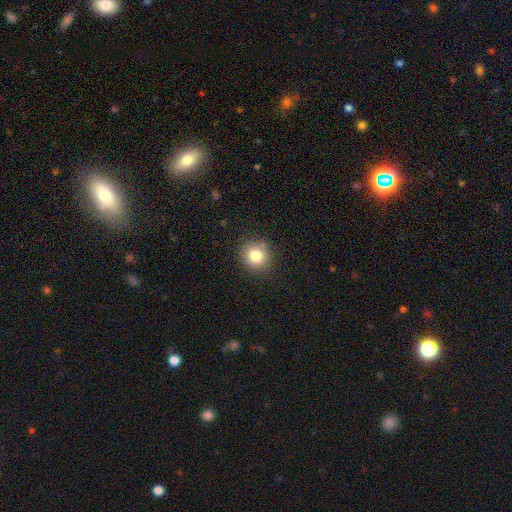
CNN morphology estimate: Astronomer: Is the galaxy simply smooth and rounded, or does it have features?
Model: smooth — 81%.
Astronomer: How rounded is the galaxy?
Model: round — 87%.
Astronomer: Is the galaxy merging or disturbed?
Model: none — 87%.